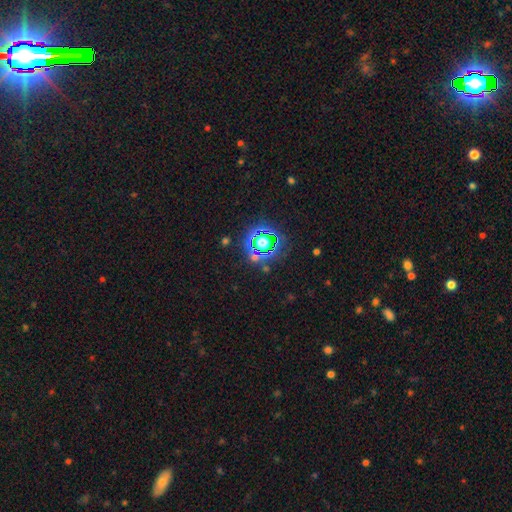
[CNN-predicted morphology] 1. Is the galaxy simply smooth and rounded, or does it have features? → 72% star or artifact, 19% smooth, 9% featured or disk.